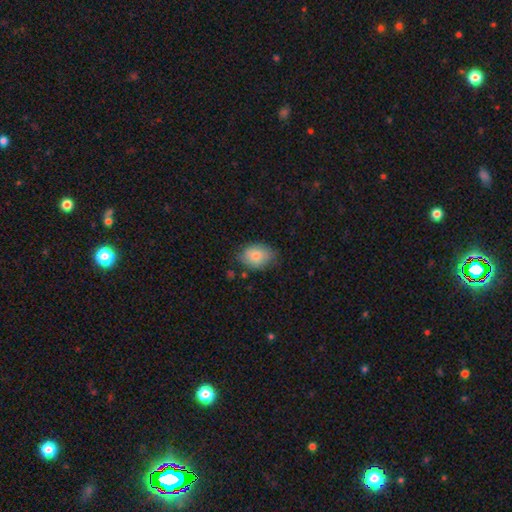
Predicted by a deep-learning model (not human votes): Q: Smooth or featured?
A: smooth (83%); runner-up: featured or disk (10%)
Q: How rounded?
A: in between (75%); runner-up: round (24%)
Q: Merging?
A: none (70%); runner-up: minor disturbance (23%)